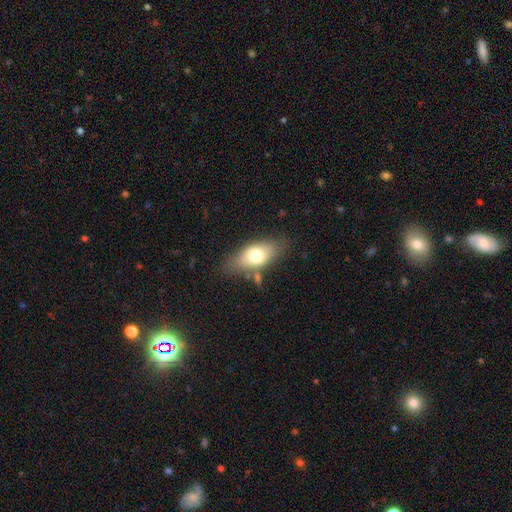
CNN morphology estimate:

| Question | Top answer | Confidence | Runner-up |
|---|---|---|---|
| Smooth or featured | smooth | 69% | featured or disk (23%) |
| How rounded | in between | 84% | cigar-shaped (9%) |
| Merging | none | 71% | minor disturbance (17%) |